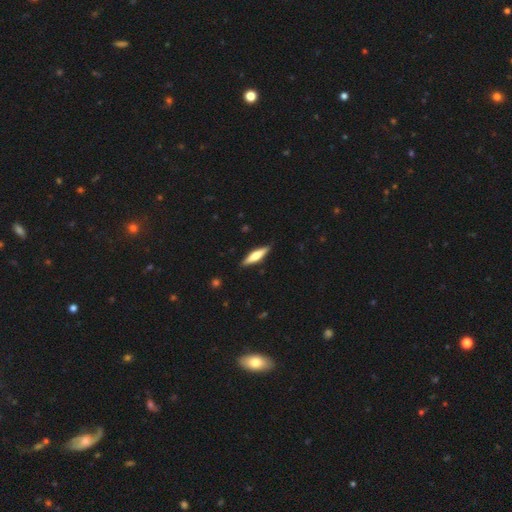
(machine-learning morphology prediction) Smooth or featured? Predicted: smooth (p=0.54). How rounded? Predicted: cigar-shaped (p=0.73). Merging? Predicted: none (p=0.89).